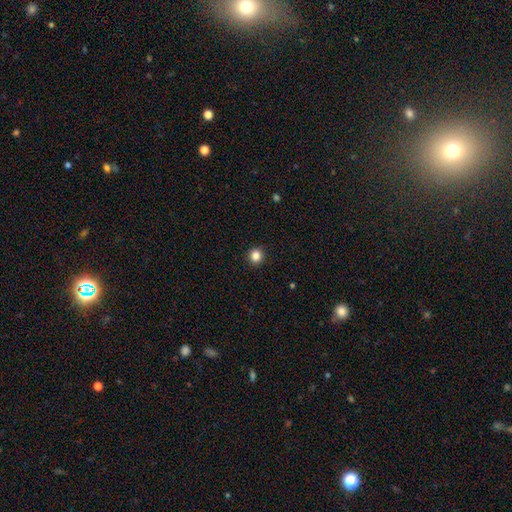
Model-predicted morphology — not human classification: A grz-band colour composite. It shows a smooth galaxy with no disk features (84%) that is round (93%). Merging: none (93%).